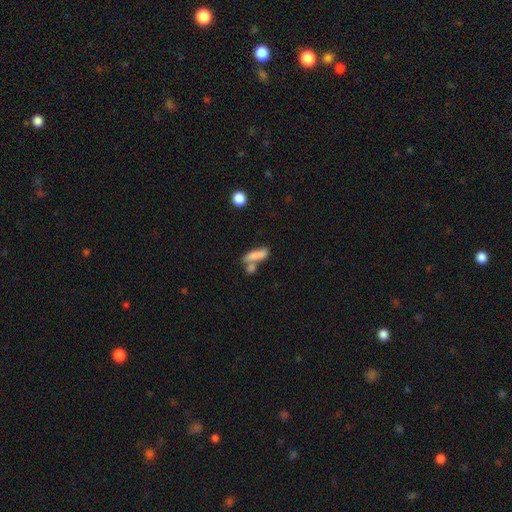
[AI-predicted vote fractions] Q: Smooth or featured?
A: smooth (76%); runner-up: featured or disk (15%)
Q: How rounded?
A: in between (49%); runner-up: cigar-shaped (47%)
Q: Merging?
A: merger (45%); runner-up: none (36%)